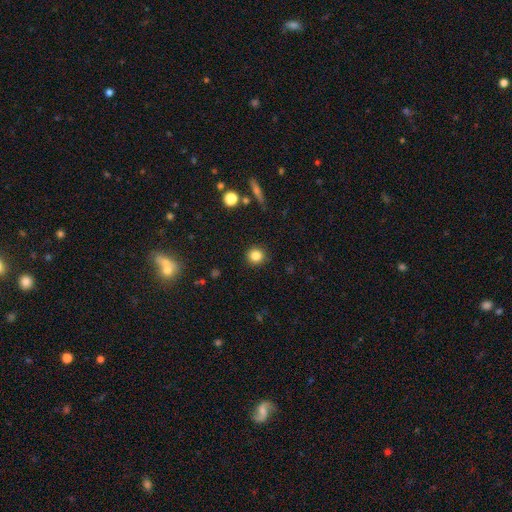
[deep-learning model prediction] Q: Smooth or featured?
A: smooth (83%); runner-up: star or artifact (11%)
Q: How rounded?
A: round (93%); runner-up: in between (6%)
Q: Merging?
A: none (91%); runner-up: minor disturbance (6%)